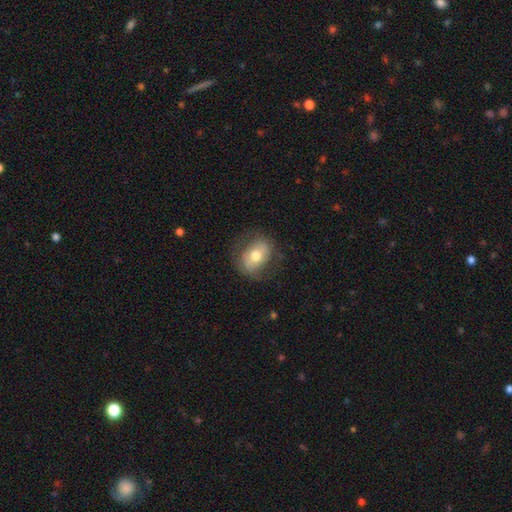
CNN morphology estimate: Q: Smooth or featured?
A: smooth (59%); runner-up: featured or disk (34%)
Q: How rounded?
A: in between (66%); runner-up: round (33%)
Q: Merging?
A: none (74%); runner-up: minor disturbance (17%)